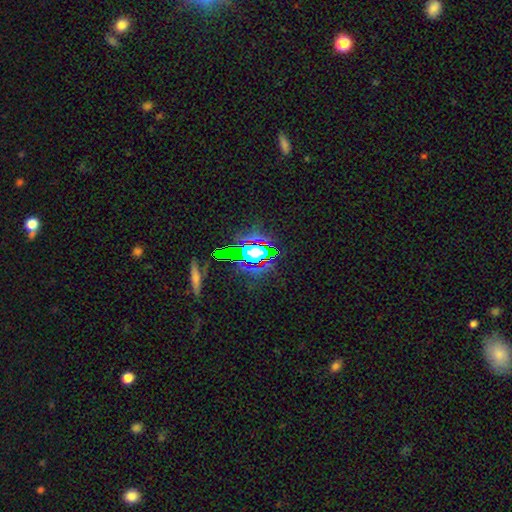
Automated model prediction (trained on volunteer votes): A star or artifact, not a galaxy (74%).